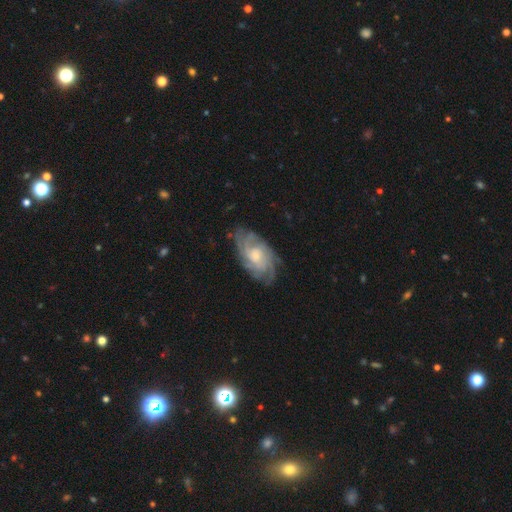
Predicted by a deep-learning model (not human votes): featured or disk 83%, smooth 12%, star or artifact 6%. Down the decision tree: edge-on disk — no (96%); bar — no (71%); spiral arms — yes (96%); spiral arm count — can't tell (36%); spiral winding — tight (63%); bulge size — small (49%); merging — none (77%).